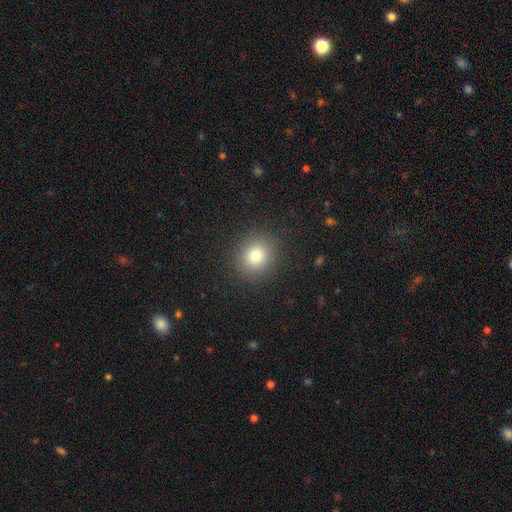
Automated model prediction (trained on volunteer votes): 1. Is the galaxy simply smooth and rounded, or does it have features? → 80% smooth, 13% star or artifact, 8% featured or disk.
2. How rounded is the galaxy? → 84% round, 15% in between, 1% cigar-shaped.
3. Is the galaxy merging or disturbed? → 89% none, 7% minor disturbance, 3% major disturbance, 1% merger.